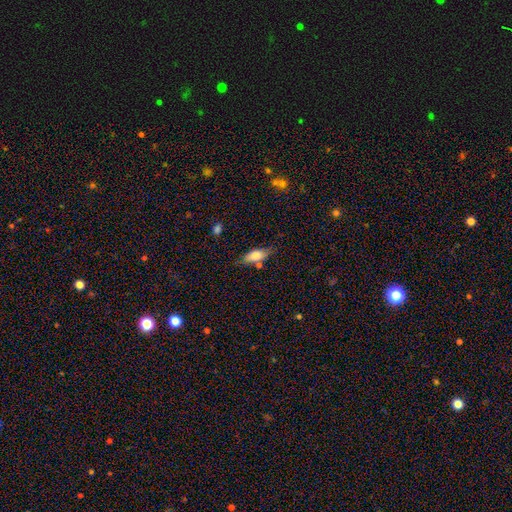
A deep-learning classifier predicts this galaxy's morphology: Smooth or featured: smooth — 75% (featured or disk — 18%)
How rounded: in between — 73% (cigar-shaped — 24%)
Merging: none — 66% (minor disturbance — 21%)